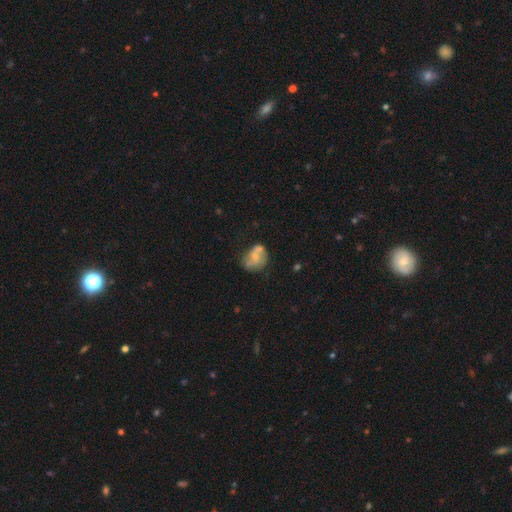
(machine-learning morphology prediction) Smooth or featured? featured or disk (49%)
Merging? none (41%)